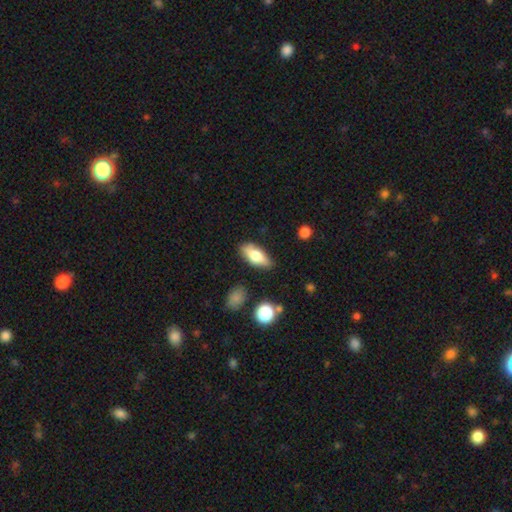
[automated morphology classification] A smooth galaxy with no disk features (71%) that is in between round and cigar-shaped (81%). Merging: none (77%).